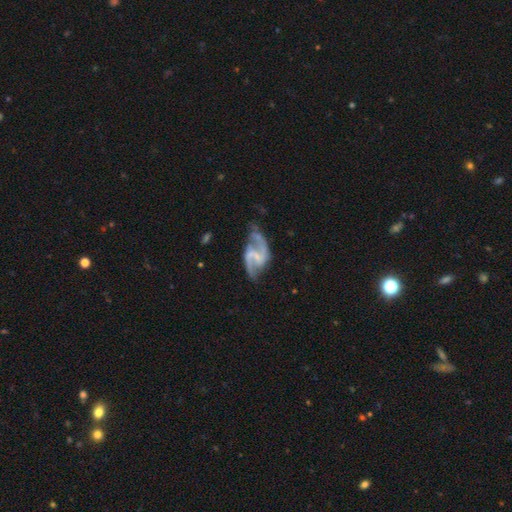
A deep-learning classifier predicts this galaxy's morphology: featured or disk 90%, smooth 6%, star or artifact 5%. Down the decision tree: edge-on disk — no (98%); bar — weak (50%); spiral arms — yes (96%); spiral arm count — 2 (93%); spiral winding — loose (46%); bulge size — small (49%); merging — none (64%).